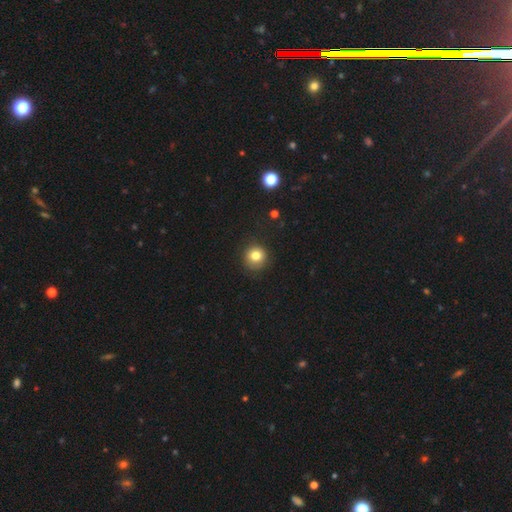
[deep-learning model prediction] Smooth or featured?
  - smooth: 81% *
  - star or artifact: 11%
  - featured or disk: 8%
How rounded?
  - round: 92% *
  - in between: 7%
  - cigar-shaped: 1%
Merging?
  - none: 87% *
  - minor disturbance: 9%
  - major disturbance: 3%
  - merger: 1%